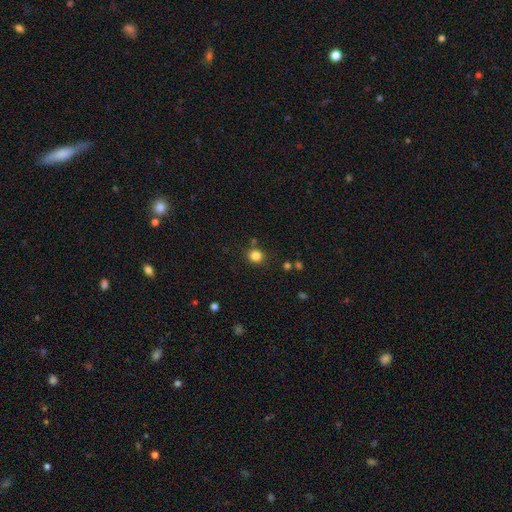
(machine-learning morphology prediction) This appears to be a smooth galaxy with no disk features (83%) that is round (86%). Merging: none (84%).